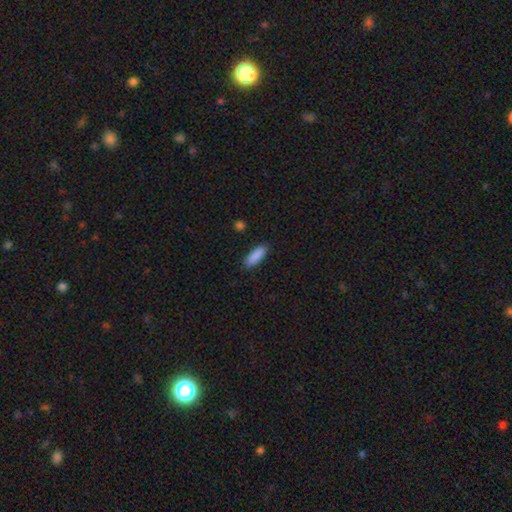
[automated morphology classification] A smooth galaxy with no disk features (89%) that is in between round and cigar-shaped (54%). Merging: none (88%).